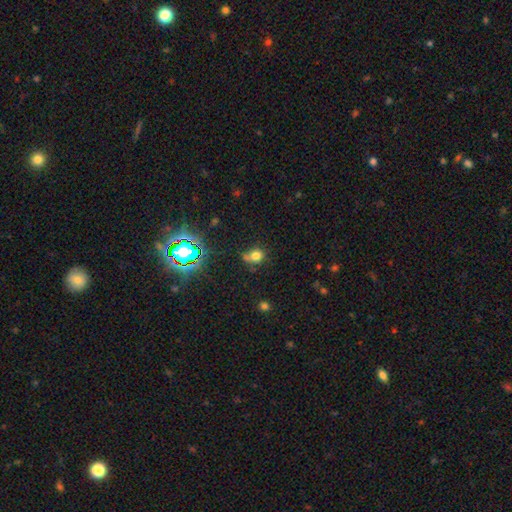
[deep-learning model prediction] smooth 70%, star or artifact 20%, featured or disk 10%. Down the decision tree: how rounded — round (67%); merging — none (51%).